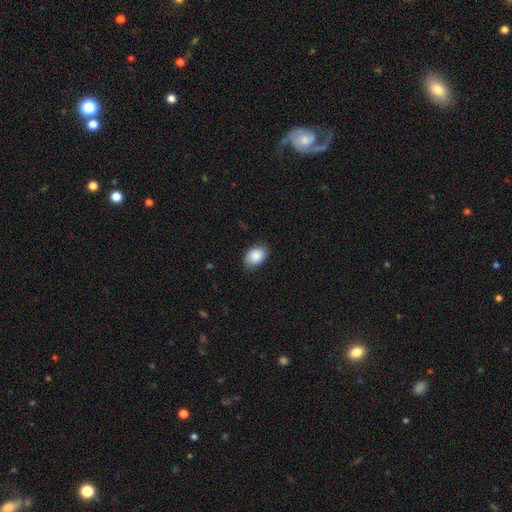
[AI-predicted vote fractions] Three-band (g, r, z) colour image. It shows a smooth galaxy with no disk features (88%) that is in between round and cigar-shaped (83%). Merging: none (82%).